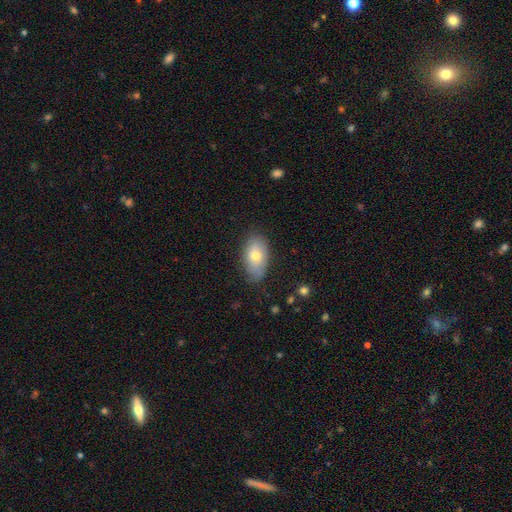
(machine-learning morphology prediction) Q: Smooth or featured?
A: smooth (70%); runner-up: featured or disk (22%)
Q: How rounded?
A: in between (92%); runner-up: round (6%)
Q: Merging?
A: none (76%); runner-up: minor disturbance (19%)